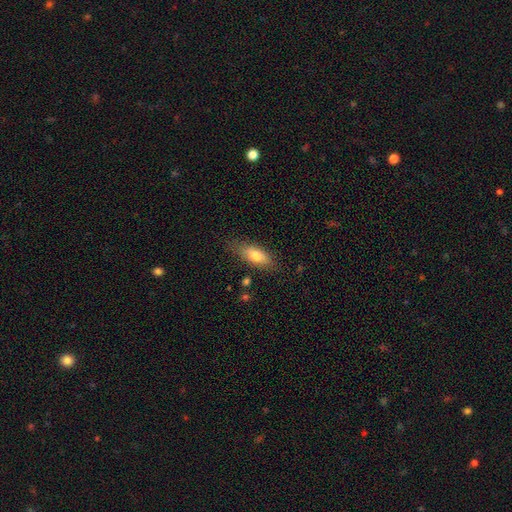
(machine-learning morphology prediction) type=smooth (74%); roundness=in between (74%); merging=none (76%).